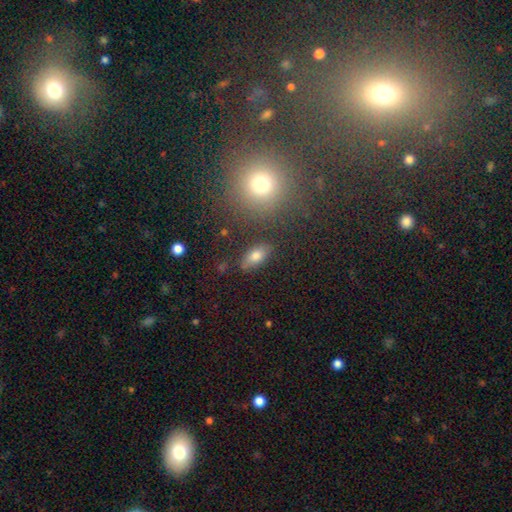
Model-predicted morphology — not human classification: smooth-or-featured: smooth: 75% | featured or disk: 15% | star or artifact: 10%
  how-rounded: in between: 84% | cigar-shaped: 9% | round: 7%
  merging: none: 82% | minor disturbance: 11% | major disturbance: 3% | merger: 3%